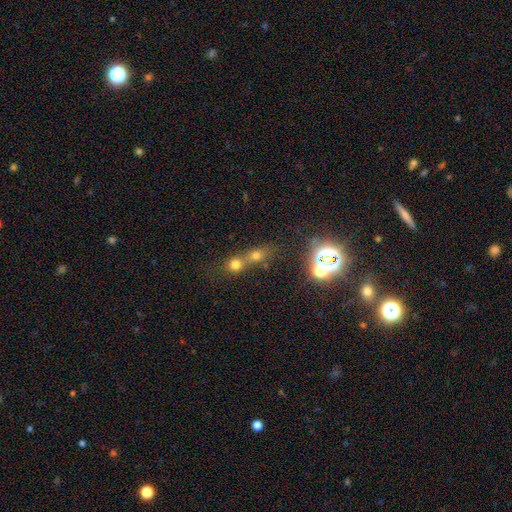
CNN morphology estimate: smooth-or-featured: star or artifact: 56% | smooth: 32% | featured or disk: 12%